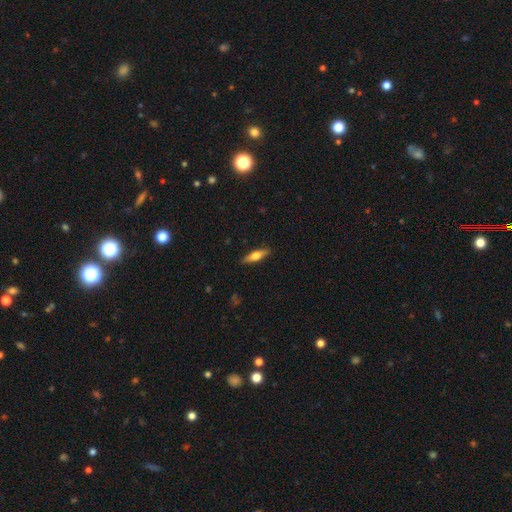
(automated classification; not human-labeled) smooth 50%, featured or disk 44%, star or artifact 6%. Down the decision tree: merging — none (89%).